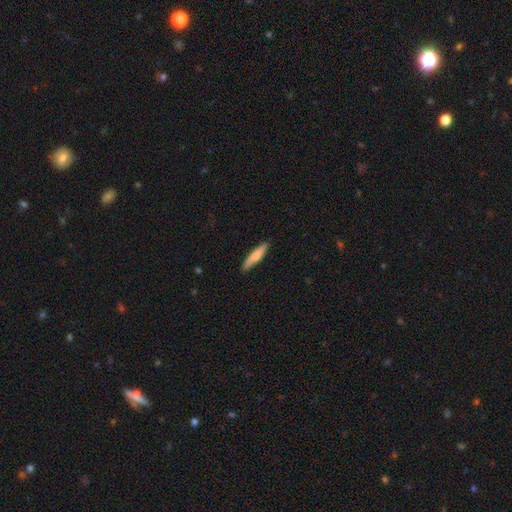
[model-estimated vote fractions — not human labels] Smooth or featured?
  - smooth: 70% *
  - featured or disk: 25%
  - star or artifact: 5%
How rounded?
  - cigar-shaped: 83% *
  - in between: 15%
  - round: 2%
Merging?
  - none: 88% *
  - minor disturbance: 10%
  - major disturbance: 2%
  - merger: 1%